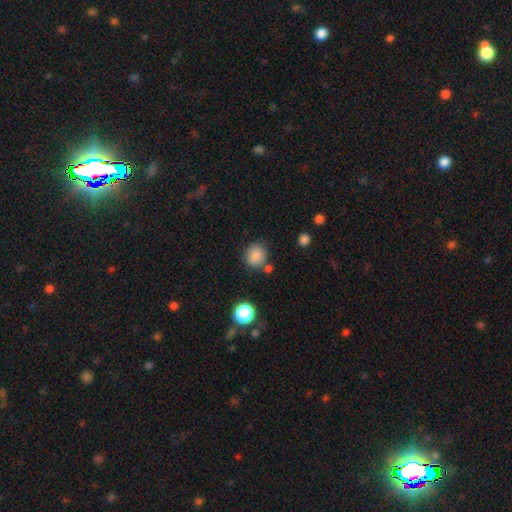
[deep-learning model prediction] A smooth galaxy with no disk features (85%) that is round (79%).

Vote fractions:
- Smooth or featured? smooth: 85% / star or artifact: 10% / featured or disk: 5%
- How rounded? round: 79% / in between: 20% / cigar-shaped: 1%
- Merging? none: 74% / minor disturbance: 13% / merger: 9% / major disturbance: 4%